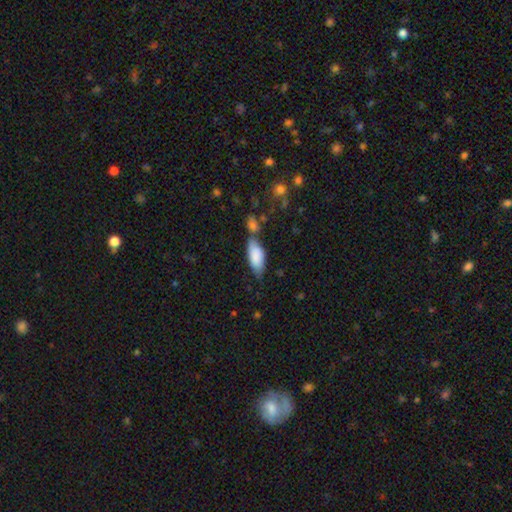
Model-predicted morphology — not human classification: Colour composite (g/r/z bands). It shows a smooth galaxy with no disk features (83%) that is in between round and cigar-shaped (84%). Merging: none (44%).